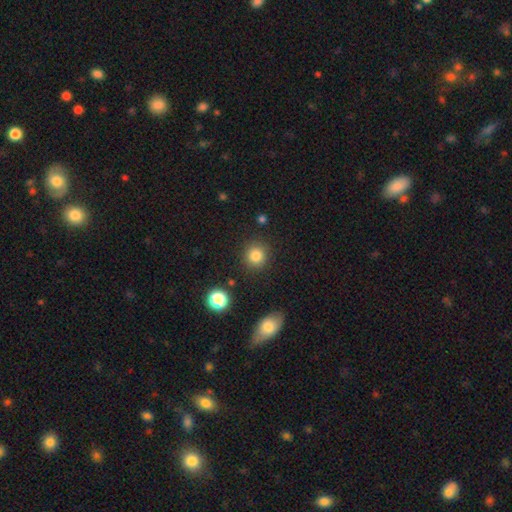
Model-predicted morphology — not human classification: This appears to be a smooth galaxy with no disk features (83%) that is round (90%). Merging: none (88%).